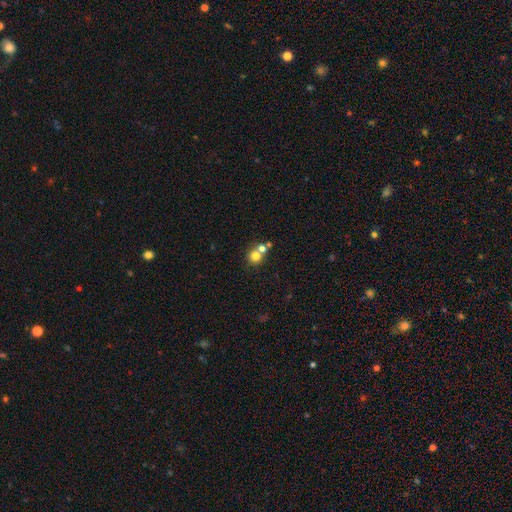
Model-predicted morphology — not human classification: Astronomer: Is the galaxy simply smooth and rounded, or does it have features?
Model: smooth — 75%.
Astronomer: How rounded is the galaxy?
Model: round — 86%.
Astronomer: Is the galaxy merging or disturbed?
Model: none — 47% (runner-up: merger, 43%).